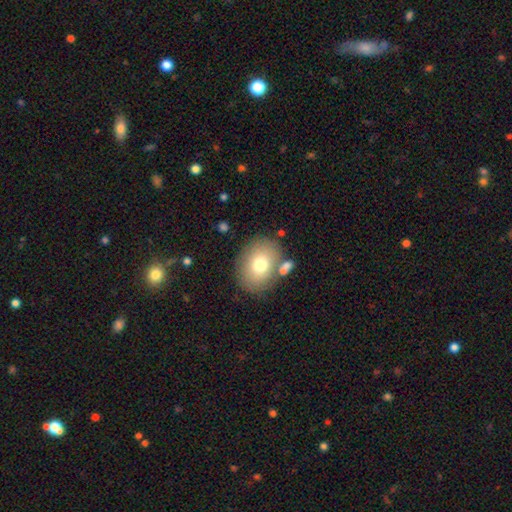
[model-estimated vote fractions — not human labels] Overall: smooth (72%). How rounded: in between (57%; round 42%). Merging: none (77%).